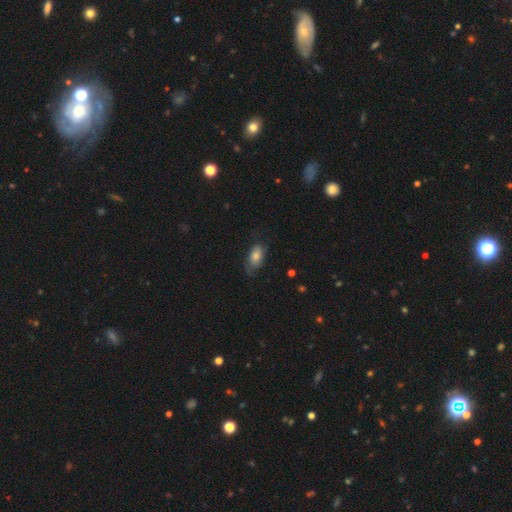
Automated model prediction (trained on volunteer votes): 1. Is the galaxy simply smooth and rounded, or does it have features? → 66% smooth, 25% featured or disk, 9% star or artifact.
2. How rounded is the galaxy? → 89% in between, 7% round, 4% cigar-shaped.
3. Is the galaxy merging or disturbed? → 61% none, 26% minor disturbance, 11% major disturbance, 1% merger.